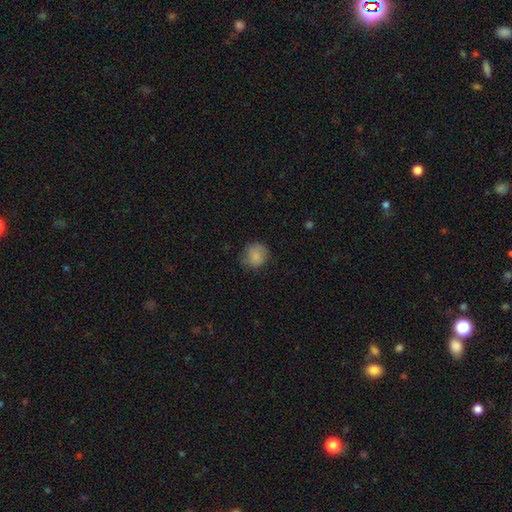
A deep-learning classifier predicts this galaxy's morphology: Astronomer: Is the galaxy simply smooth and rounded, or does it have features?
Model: smooth — 84%.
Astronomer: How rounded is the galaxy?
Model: round — 84%.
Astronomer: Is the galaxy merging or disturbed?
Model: none — 74%.